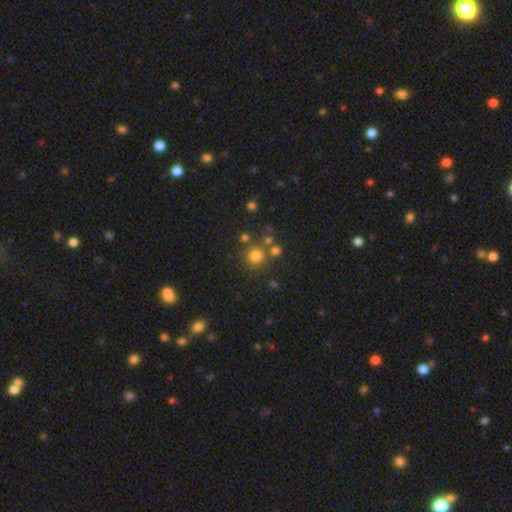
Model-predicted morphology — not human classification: smooth 73%, star or artifact 18%, featured or disk 8%. Down the decision tree: how rounded — round (92%); merging — none (72%).